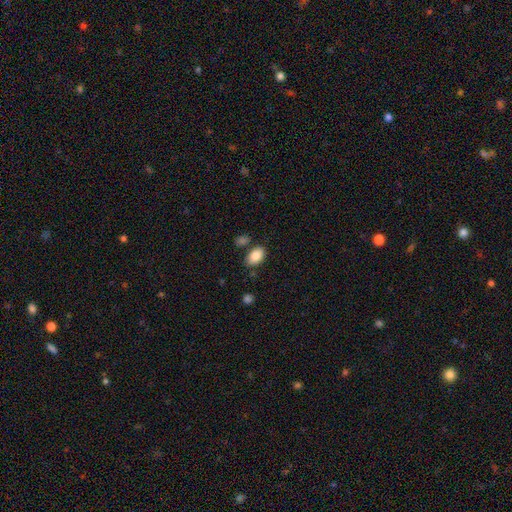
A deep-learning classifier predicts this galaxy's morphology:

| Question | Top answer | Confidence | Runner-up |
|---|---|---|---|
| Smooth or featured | smooth | 87% | star or artifact (7%) |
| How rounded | in between | 91% | round (8%) |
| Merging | none | 73% | minor disturbance (16%) |